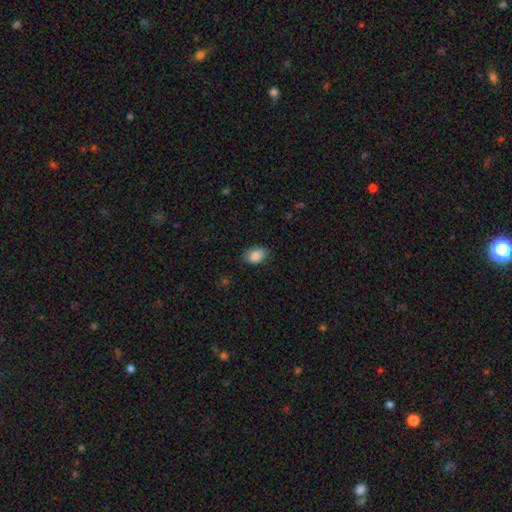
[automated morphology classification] A smooth galaxy with no disk features (87%) that is in between round and cigar-shaped (87%). Merging: none (78%).